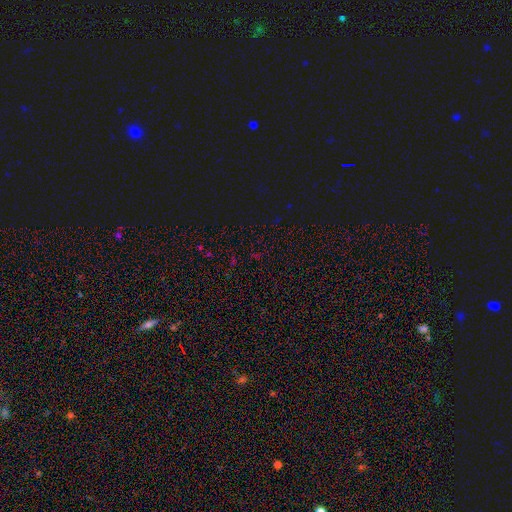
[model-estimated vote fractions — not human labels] A star or artifact, not a galaxy (72%).

Vote fractions:
- Smooth or featured? star or artifact: 72% / smooth: 19% / featured or disk: 9%